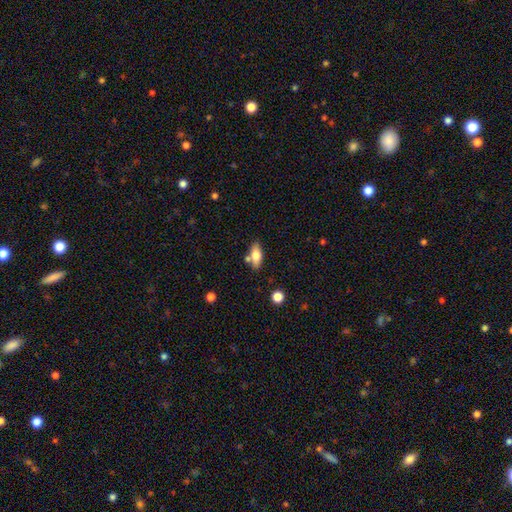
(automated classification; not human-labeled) smooth-or-featured: smooth: 72% | featured or disk: 21% | star or artifact: 7%
  how-rounded: in between: 79% | cigar-shaped: 18% | round: 3%
  merging: none: 73% | minor disturbance: 13% | merger: 12% | major disturbance: 3%